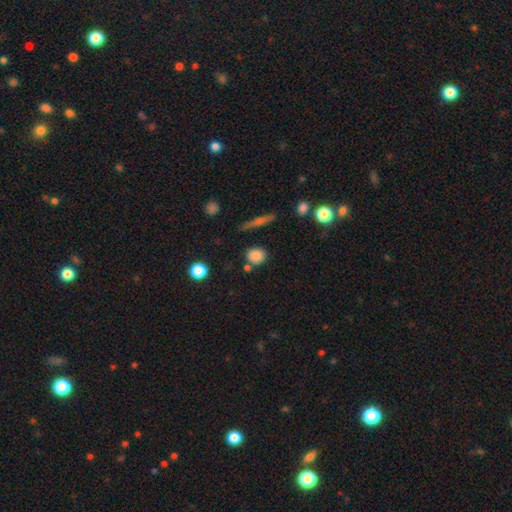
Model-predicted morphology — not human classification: smooth-or-featured: smooth: 83% | star or artifact: 11% | featured or disk: 7%
  how-rounded: round: 80% | in between: 18% | cigar-shaped: 2%
  merging: none: 75% | minor disturbance: 11% | merger: 10% | major disturbance: 3%